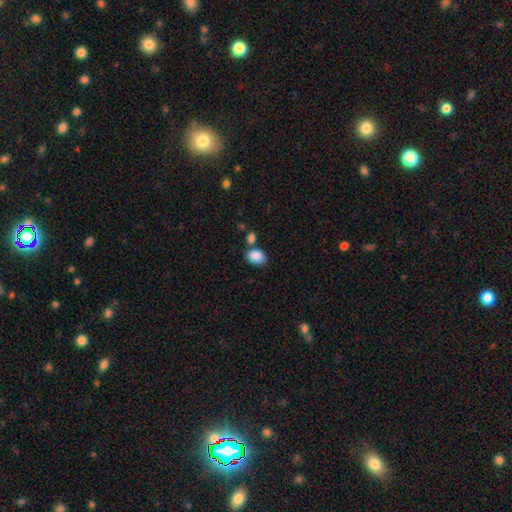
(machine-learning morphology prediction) This appears to be a smooth galaxy with no disk features (88%) that is in between round and cigar-shaped (82%). Merging: none (64%).